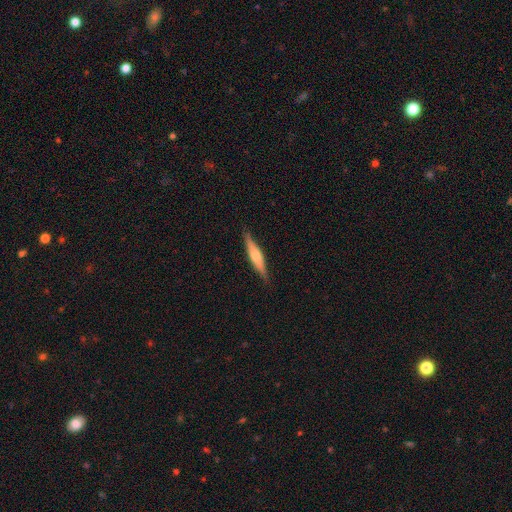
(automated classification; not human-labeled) A featured or disk galaxy (51%) viewed edge-on (95%). Merging: none (87%).